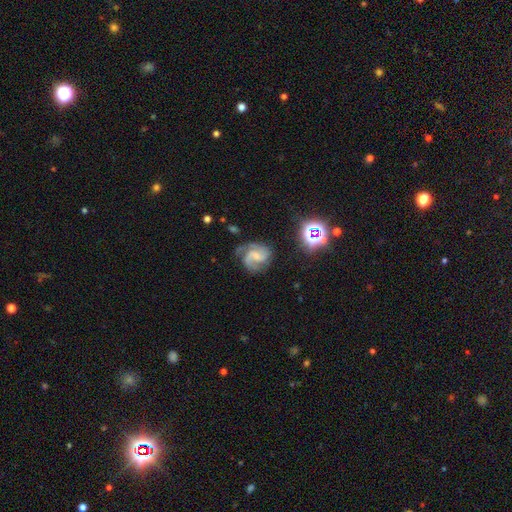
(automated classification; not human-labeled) This appears to be a featured or disk galaxy (81%) with a weak bar (49%), 2 (70%) medium (54%) spiral arms (97%) and a small central bulge (48%). Merging: none (65%).